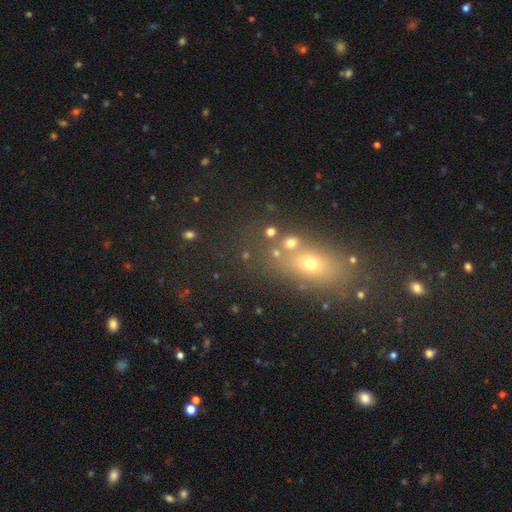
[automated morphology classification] A smooth galaxy with no disk features (44%).

Vote fractions:
- Smooth or featured? smooth: 44% / star or artifact: 38% / featured or disk: 17%
- Merging? none: 67% / merger: 13% / minor disturbance: 13% / major disturbance: 8%